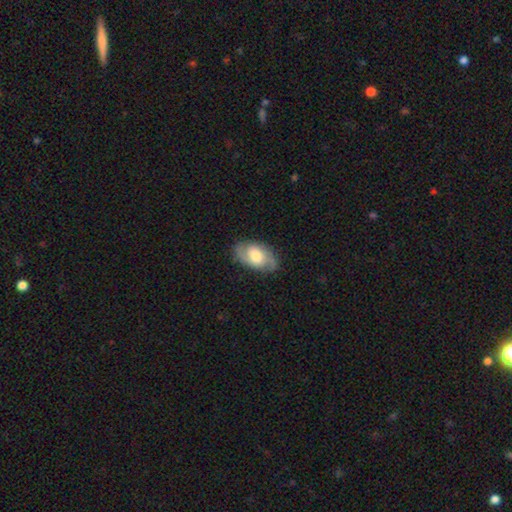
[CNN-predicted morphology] smooth-or-featured: featured or disk: 66% | smooth: 28% | star or artifact: 6%
  disk-edge-on: no: 95% | yes: 5%
    bar: no: 55% | weak: 37% | strong: 8%
    has-spiral-arms: yes: 88% | no: 12%
      spiral-winding: medium: 46% | tight: 34% | loose: 20%
      spiral-arm-count: 2: 85% | can't tell: 9% | 1: 2% | 3: 2% | 4: 1% | more than 4: 1%
    bulge-size: moderate: 61% | large: 21% | small: 14% | none: 2% | dominant: 2%
  merging: none: 81% | minor disturbance: 14% | major disturbance: 4% | merger: 1%